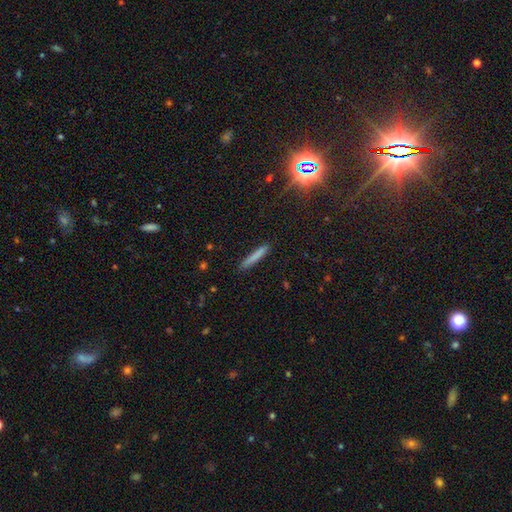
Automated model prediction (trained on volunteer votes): Q: Smooth or featured?
A: smooth (77%); runner-up: featured or disk (15%)
Q: How rounded?
A: cigar-shaped (95%); runner-up: in between (3%)
Q: Merging?
A: none (90%); runner-up: minor disturbance (7%)